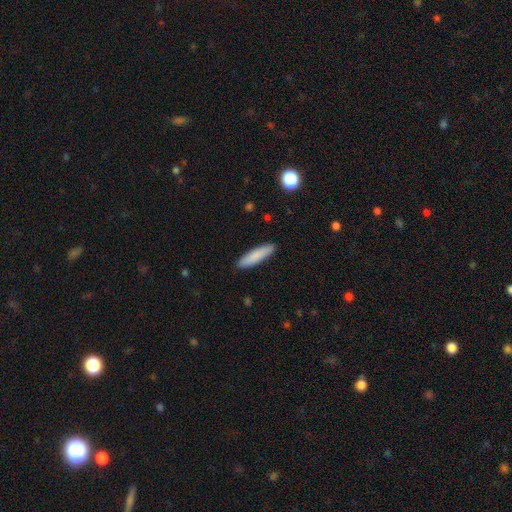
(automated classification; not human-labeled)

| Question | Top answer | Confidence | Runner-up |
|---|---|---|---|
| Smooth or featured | smooth | 85% | featured or disk (10%) |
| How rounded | cigar-shaped | 77% | in between (21%) |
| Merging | none | 90% | minor disturbance (7%) |